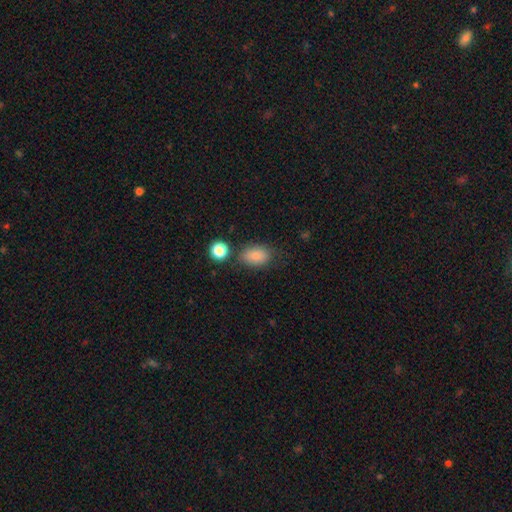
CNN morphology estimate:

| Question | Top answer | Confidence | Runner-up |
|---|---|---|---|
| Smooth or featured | smooth | 82% | star or artifact (10%) |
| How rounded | in between | 83% | round (15%) |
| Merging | none | 69% | minor disturbance (18%) |